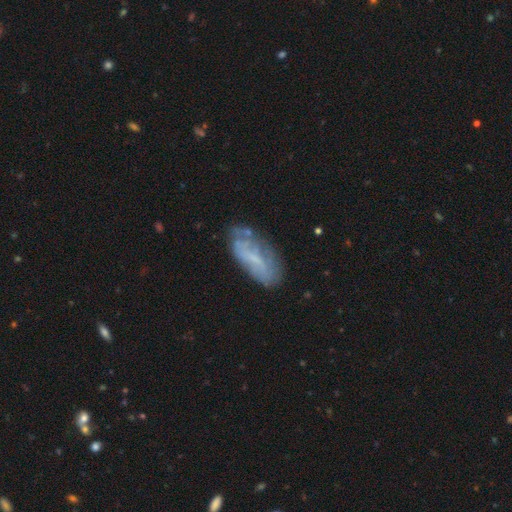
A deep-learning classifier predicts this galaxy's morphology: A featured or disk galaxy (44%, tied with smooth).

Vote fractions:
- Smooth or featured? featured or disk: 44% (tied) / smooth: 44% (tied) / star or artifact: 12%
- Merging? none: 67% / minor disturbance: 22% / major disturbance: 9% / merger: 3%